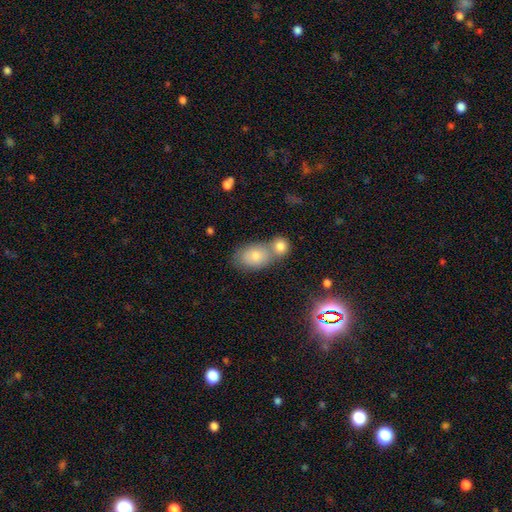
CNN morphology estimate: The model was most divided on "merging": merger: 44%, none: 42%, minor disturbance: 10%, major disturbance: 4%. More confident: how rounded — in between (78%); smooth or featured — smooth (70%).